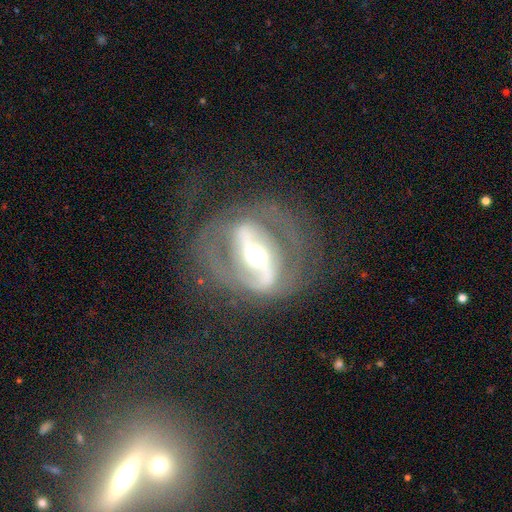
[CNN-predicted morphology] A featured or disk galaxy (85%) with a strong bar (71%), 2 (78%) medium (45%) spiral arms (78%) and a moderate central bulge (58%).

Vote fractions:
- Smooth or featured? featured or disk: 85% / smooth: 9% / star or artifact: 6%
- Edge-on disk? no: 92% / yes: 8%
- Bar? strong: 71% / weak: 18% / no: 10%
- Spiral arms? yes: 78% / no: 22%
- Spiral winding? medium: 45% / tight: 31% / loose: 23%
- Spiral arm count? 2: 78% / can't tell: 11% / 1: 5% / 3: 3% / 4: 1% / more than 4: 1%
- Bulge size? moderate: 58% / small: 33% / large: 7% / dominant: 1% / none: 1%
- Merging? none: 59% / major disturbance: 23% / minor disturbance: 16% / merger: 2%